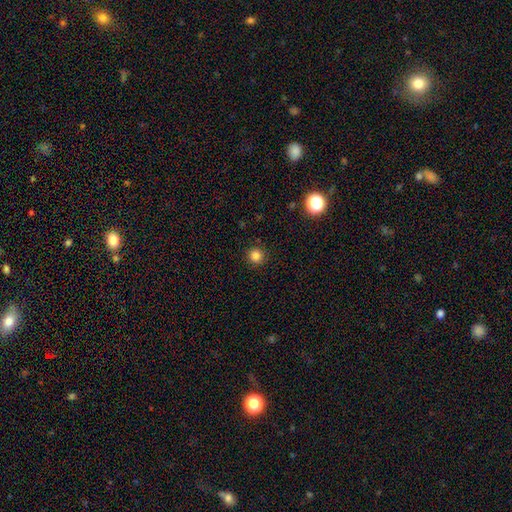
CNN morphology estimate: Smooth or featured? smooth (83%)
How rounded? round (95%)
Merging? none (91%)